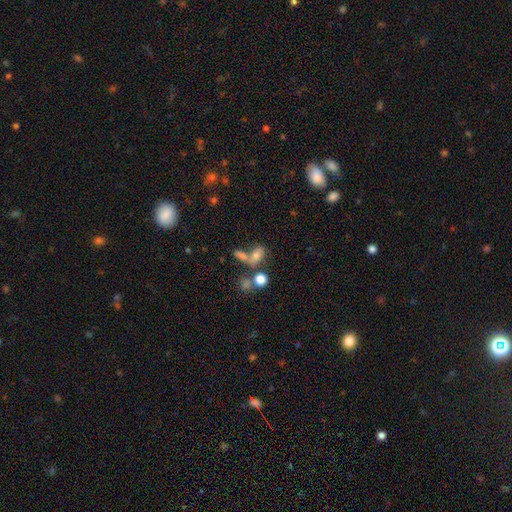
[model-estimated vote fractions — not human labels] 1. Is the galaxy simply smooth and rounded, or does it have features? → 67% smooth, 17% featured or disk, 16% star or artifact.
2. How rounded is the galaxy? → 70% in between, 22% round, 8% cigar-shaped.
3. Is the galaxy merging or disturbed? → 40% merger, 37% none, 13% minor disturbance, 11% major disturbance.